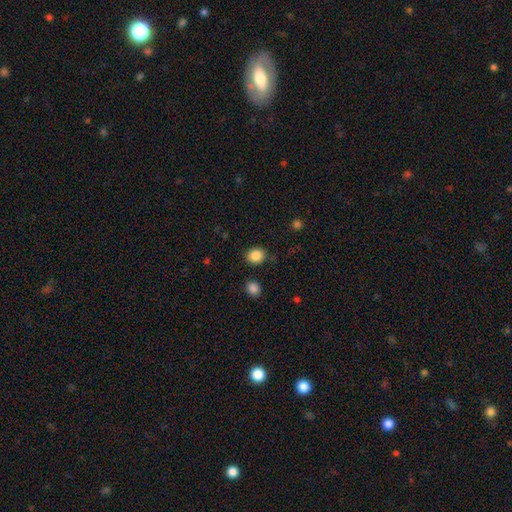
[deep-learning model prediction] Smooth or featured: smooth — 87% (star or artifact — 10%)
How rounded: round — 76% (in between — 23%)
Merging: none — 85% (minor disturbance — 9%)